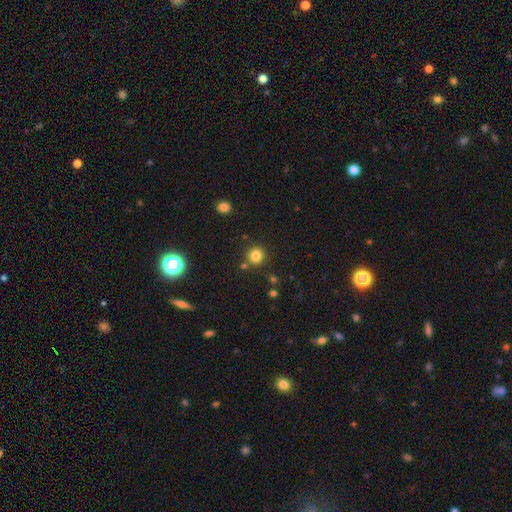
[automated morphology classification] Smooth or featured? smooth (82%)
How rounded? round (91%)
Merging? none (82%)